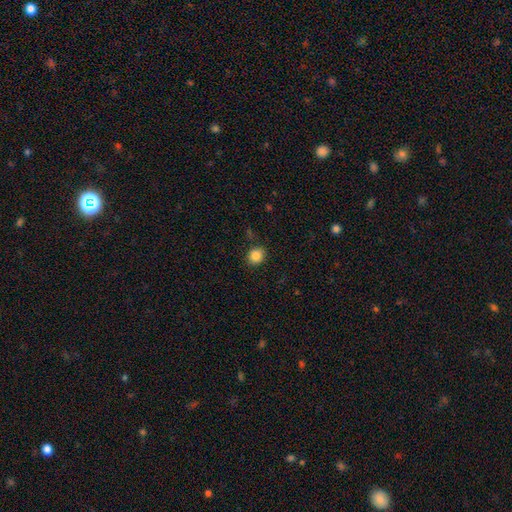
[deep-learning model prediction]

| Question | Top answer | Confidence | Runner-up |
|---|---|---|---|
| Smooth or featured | smooth | 86% | star or artifact (10%) |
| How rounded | round | 71% | in between (28%) |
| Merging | none | 86% | minor disturbance (10%) |